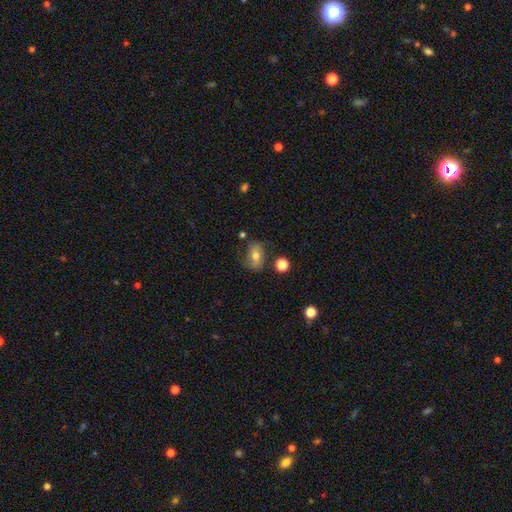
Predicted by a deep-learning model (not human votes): smooth_or_featured: smooth (p=0.62) [alt: featured or disk p=0.27]
how_rounded: in between (p=0.74) [alt: round p=0.24]
merging: none (p=0.66) [alt: minor disturbance p=0.21]